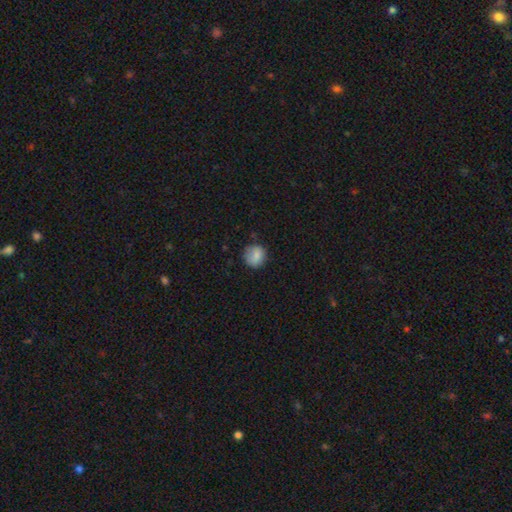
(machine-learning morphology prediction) Smooth or featured: smooth — 84% (star or artifact — 9%)
How rounded: round — 82% (in between — 17%)
Merging: none — 74% (minor disturbance — 20%)